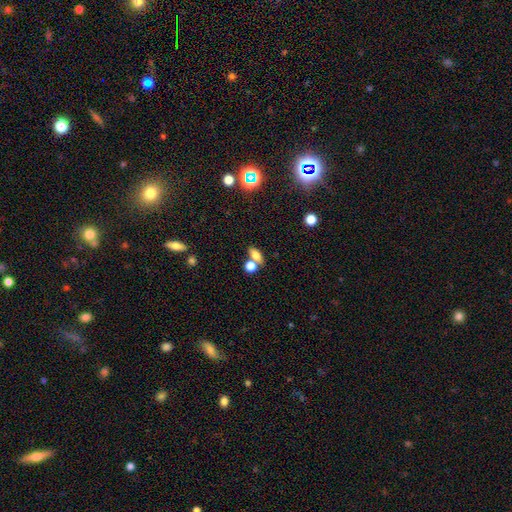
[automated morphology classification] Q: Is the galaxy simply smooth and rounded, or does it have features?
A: smooth — 74%.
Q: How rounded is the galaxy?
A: in between — 75%.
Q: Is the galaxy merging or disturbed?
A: none — 51%.